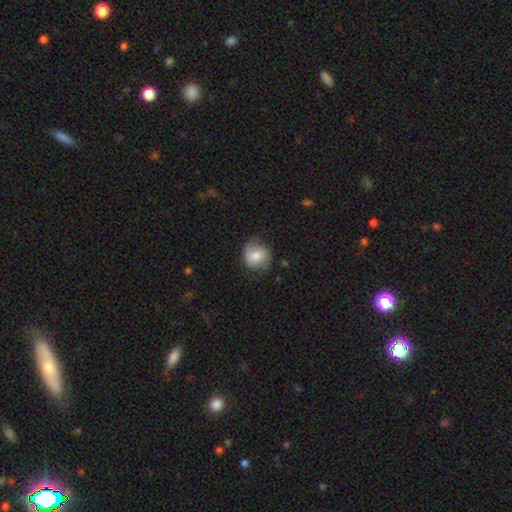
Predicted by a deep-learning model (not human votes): Smooth or featured?
  - smooth: 63% *
  - featured or disk: 29%
  - star or artifact: 8%
How rounded?
  - round: 74% *
  - in between: 25%
  - cigar-shaped: 1%
Merging?
  - none: 64% *
  - minor disturbance: 25%
  - major disturbance: 9%
  - merger: 1%